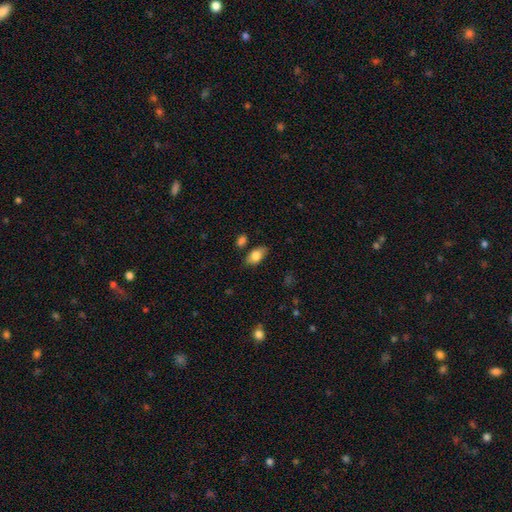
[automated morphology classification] smooth-or-featured: smooth: 80% | featured or disk: 13% | star or artifact: 7%
  how-rounded: in between: 92% | round: 4% | cigar-shaped: 4%
  merging: none: 79% | minor disturbance: 13% | merger: 4% | major disturbance: 3%